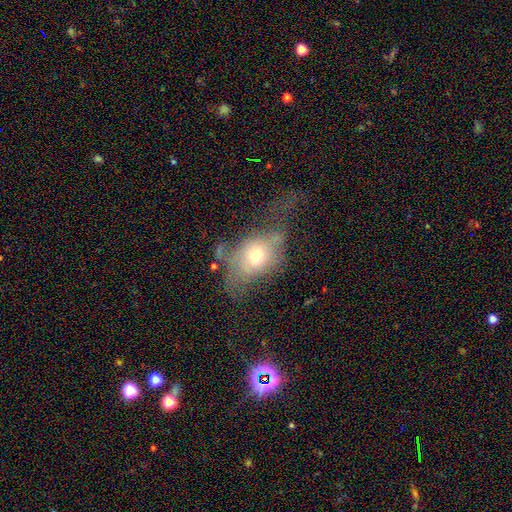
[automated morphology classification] type=smooth (51%); roundness=in between (67%); merging=major disturbance (46%).